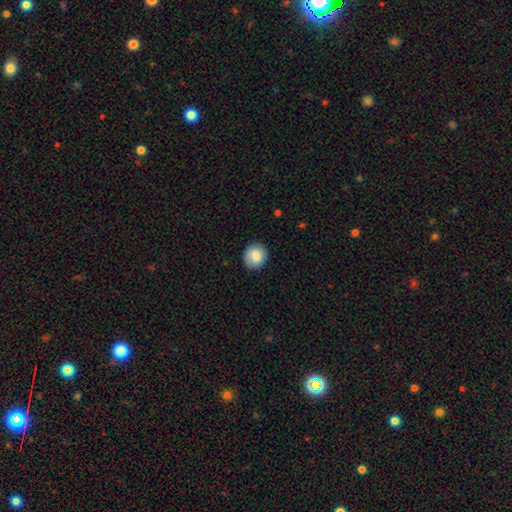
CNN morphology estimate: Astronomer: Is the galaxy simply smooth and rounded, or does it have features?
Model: smooth — 82%.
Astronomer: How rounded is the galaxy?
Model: round — 85%.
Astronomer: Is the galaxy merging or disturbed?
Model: none — 87%.